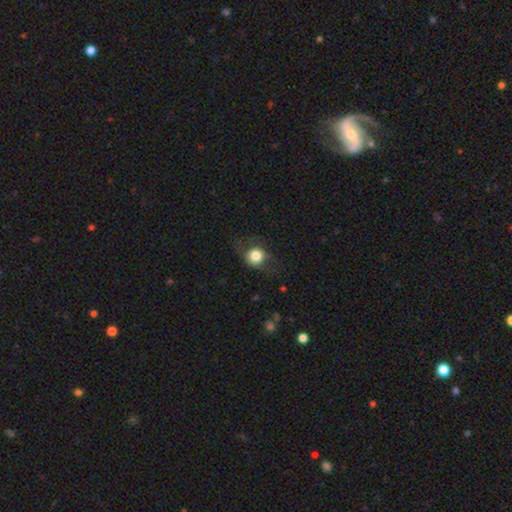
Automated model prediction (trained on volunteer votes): Smooth or featured?
  - smooth: 77% *
  - featured or disk: 14%
  - star or artifact: 9%
How rounded?
  - round: 83% *
  - in between: 16%
  - cigar-shaped: 1%
Merging?
  - none: 64% *
  - minor disturbance: 21%
  - major disturbance: 14%
  - merger: 1%